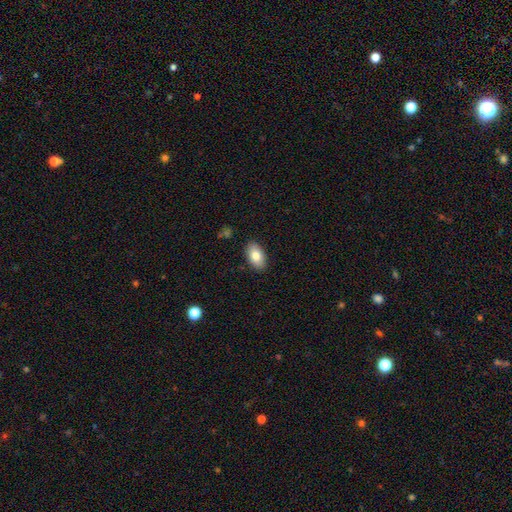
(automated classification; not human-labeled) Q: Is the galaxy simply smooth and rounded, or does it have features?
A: smooth — 81%.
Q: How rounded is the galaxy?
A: in between — 94%.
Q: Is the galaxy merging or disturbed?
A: none — 88%.